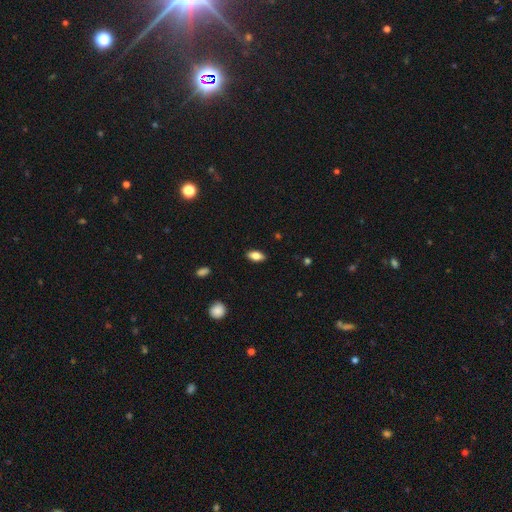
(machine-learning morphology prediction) This is likely a smooth galaxy (78%). How rounded: clearly in between (88%). Merging: clearly none (88%).